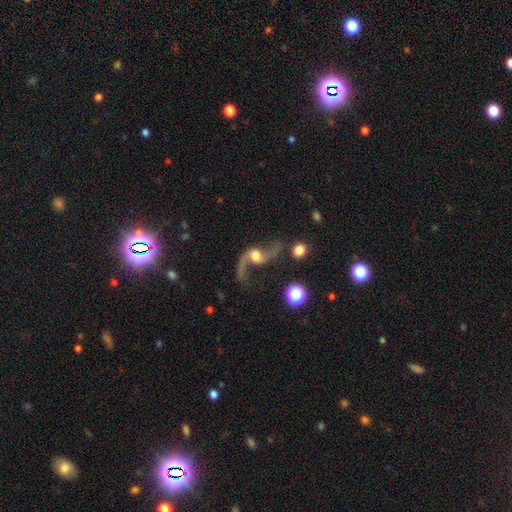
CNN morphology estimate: Smooth or featured? Predicted: featured or disk (p=0.87). Edge-on disk? Predicted: no (p=0.95). Bar? Predicted: no (p=0.51). Spiral arms? Predicted: yes (p=0.96). Spiral winding? Predicted: loose (p=0.92). Spiral arm count? Predicted: 2 (p=0.93). Bulge size? Predicted: moderate (p=0.49). Merging? Predicted: none (p=0.65).